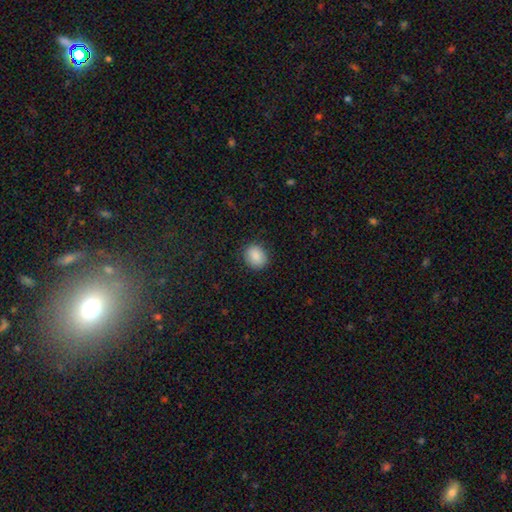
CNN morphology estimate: This appears to be a smooth galaxy with no disk features (88%) that is round (62%). Merging: none (87%).